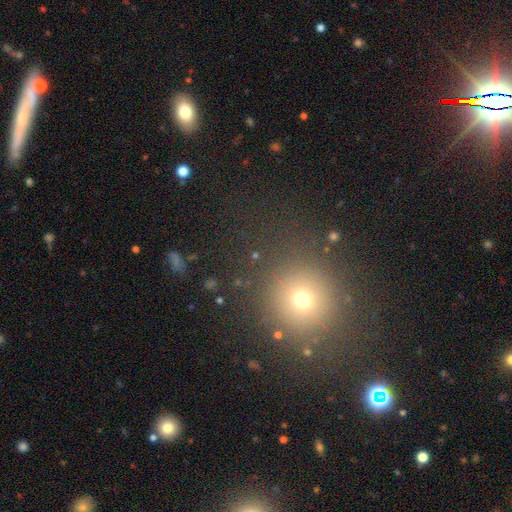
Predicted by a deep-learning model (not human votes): Smooth or featured? Predicted: smooth (p=0.57). How rounded? Predicted: round (p=0.88). Merging? Predicted: none (p=0.84).